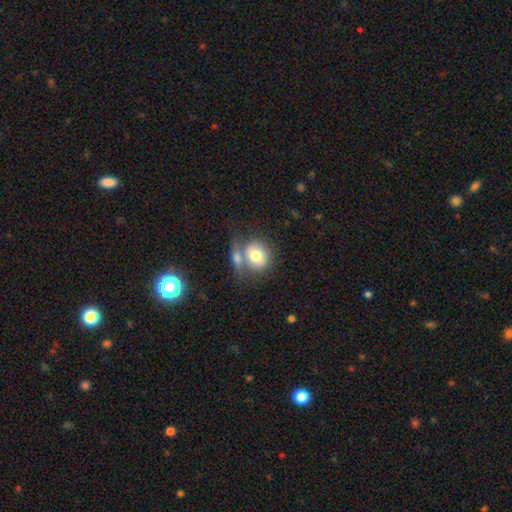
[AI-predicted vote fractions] This is likely a smooth galaxy (75%). How rounded: likely round (66%). Merging: marginally merger (44%).